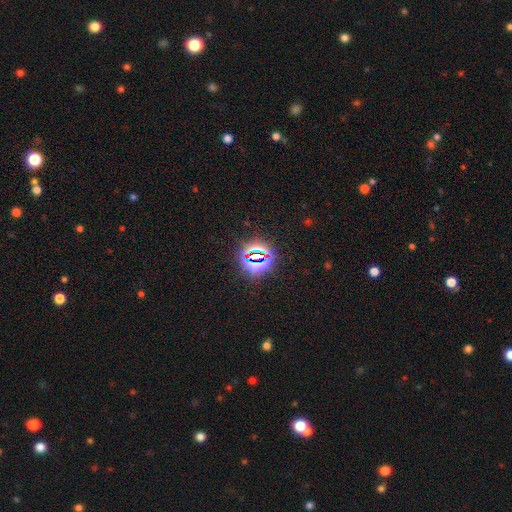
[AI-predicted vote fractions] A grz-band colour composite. It shows a star or artifact, not a galaxy (76%).